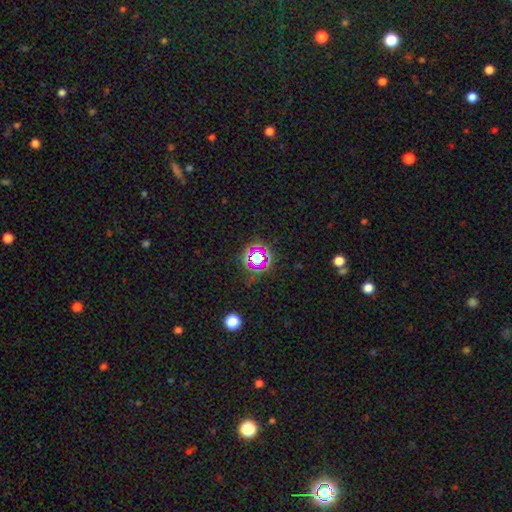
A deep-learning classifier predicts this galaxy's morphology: A star or artifact, not a galaxy (68%).